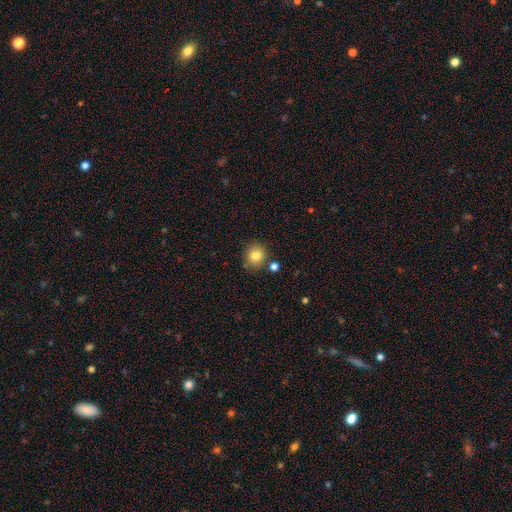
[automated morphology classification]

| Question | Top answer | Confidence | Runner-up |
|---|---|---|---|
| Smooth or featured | smooth | 82% | star or artifact (11%) |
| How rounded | round | 86% | in between (13%) |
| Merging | none | 79% | minor disturbance (11%) |